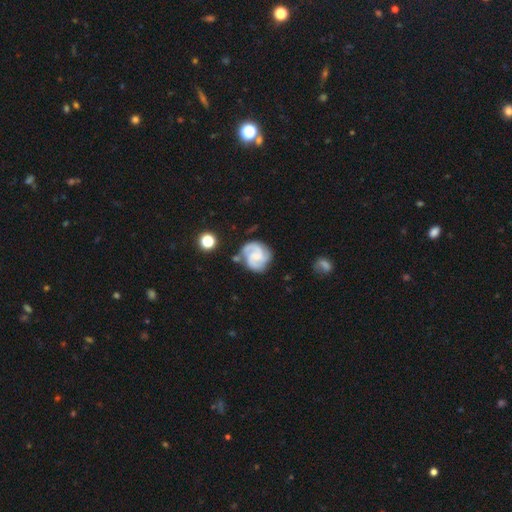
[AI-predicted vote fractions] A featured or disk galaxy (83%) with no bar (48%), 2 (49%) tight (46%) spiral arms (97%) and a small central bulge (45%). Merging: none (69%).